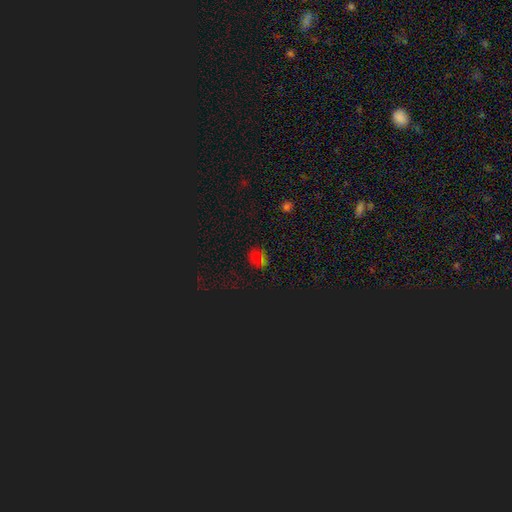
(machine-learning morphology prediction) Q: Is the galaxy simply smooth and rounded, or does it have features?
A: star or artifact — 52%.